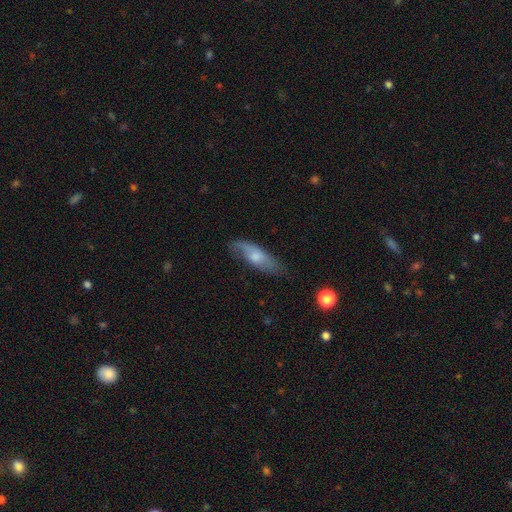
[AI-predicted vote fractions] Smooth or featured? smooth (53%)
How rounded? in between (59%)
Merging? none (61%)